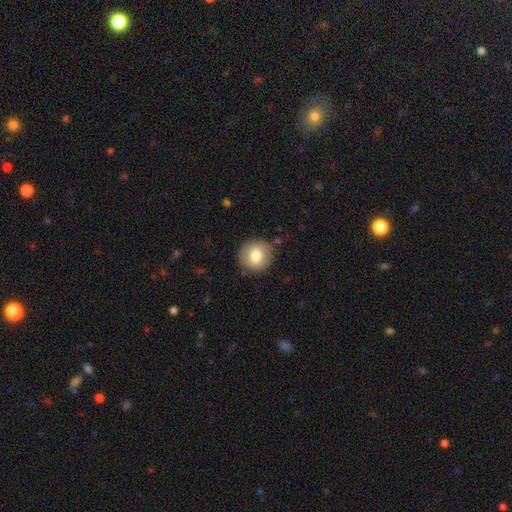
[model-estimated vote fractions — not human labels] Smooth or featured: smooth — 73% (featured or disk — 19%)
How rounded: round — 87% (in between — 12%)
Merging: none — 87% (minor disturbance — 9%)